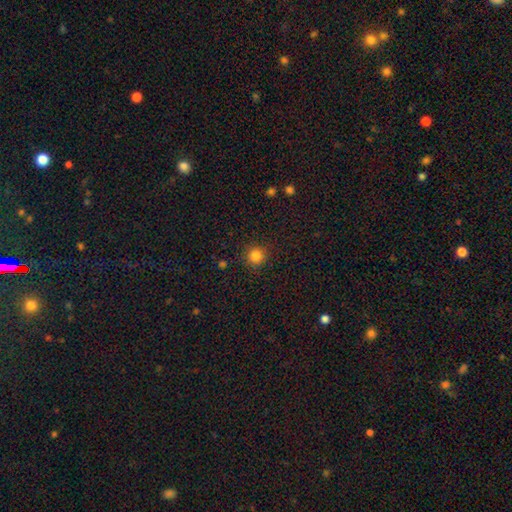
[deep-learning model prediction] The model was most divided on "smooth or featured": smooth: 83%, star or artifact: 13%, featured or disk: 4%. More confident: how rounded — round (93%); merging — none (89%).